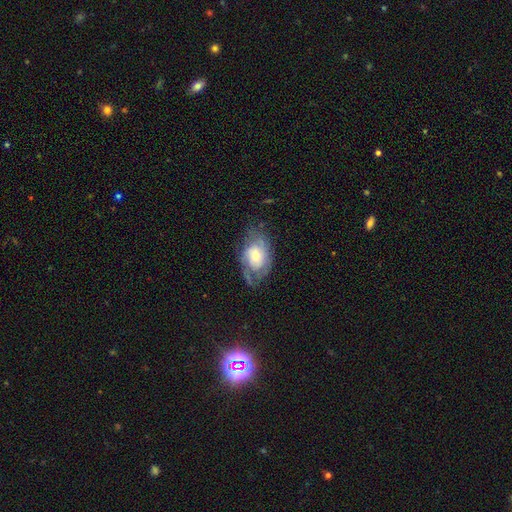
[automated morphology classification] This appears to be a featured or disk galaxy (60%) with no bar (71%), spiral arms (75%) and a moderate central bulge (43%). Merging: none (52%).